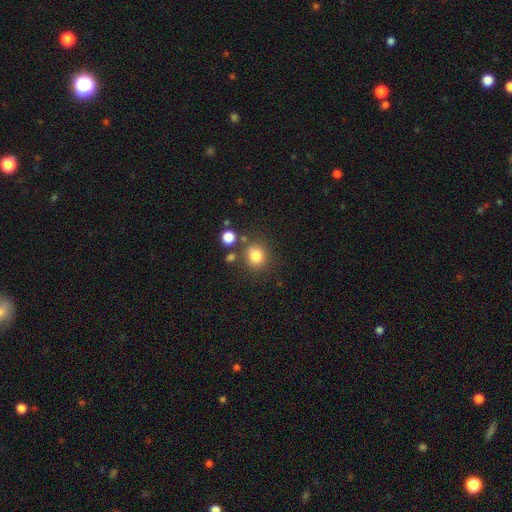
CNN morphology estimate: A smooth galaxy with no disk features (81%) that is round (82%).

Vote fractions:
- Smooth or featured? smooth: 81% / star or artifact: 12% / featured or disk: 7%
- How rounded? round: 82% / in between: 17% / cigar-shaped: 1%
- Merging? none: 77% / minor disturbance: 10% / merger: 9% / major disturbance: 4%